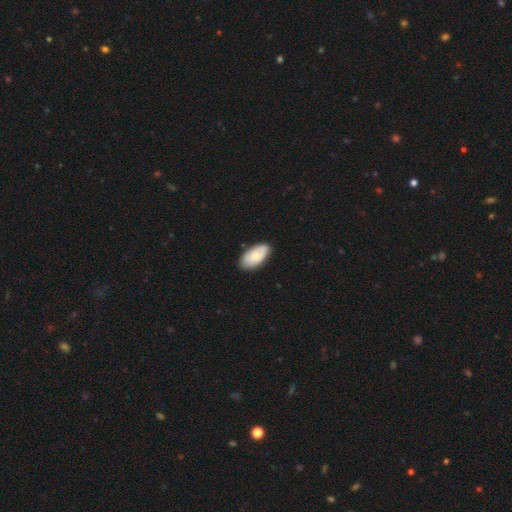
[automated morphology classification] smooth_or_featured: smooth (p=0.78) [alt: featured or disk p=0.16]
how_rounded: in between (p=0.95) [alt: round p=0.02]
merging: none (p=0.83) [alt: minor disturbance p=0.14]